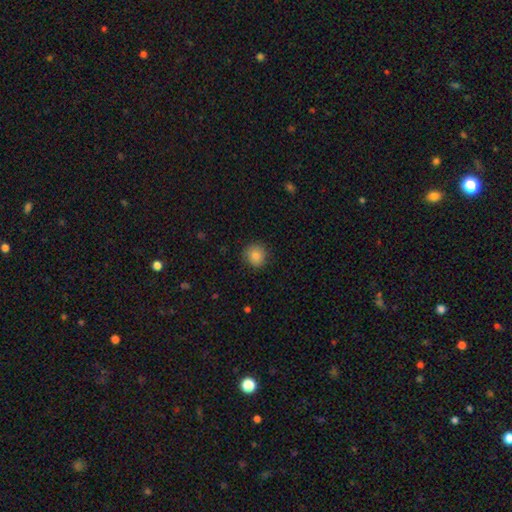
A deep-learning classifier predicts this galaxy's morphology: This appears to be a smooth galaxy with no disk features (85%) that is round (88%). Merging: none (86%).